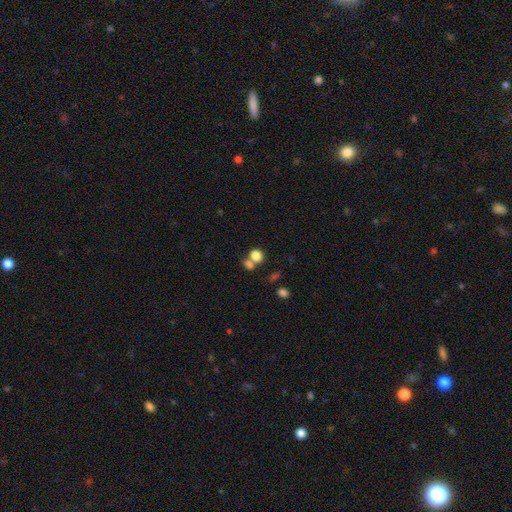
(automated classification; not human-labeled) This appears to be a smooth galaxy with no disk features (81%) that is round (66%). Merging: none (43%, tied with merger).